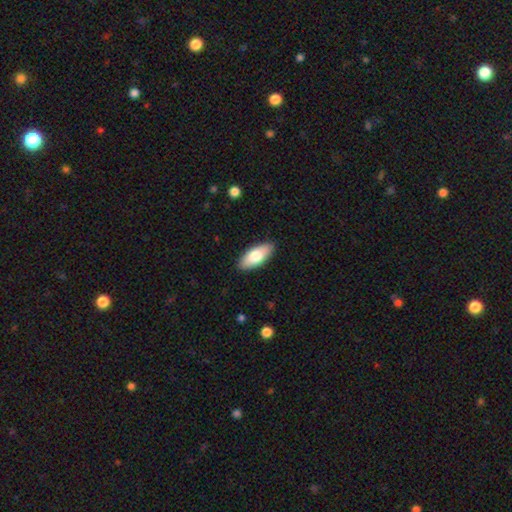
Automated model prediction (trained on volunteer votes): A smooth galaxy with no disk features (74%) that is in between round and cigar-shaped (84%). Merging: none (88%).